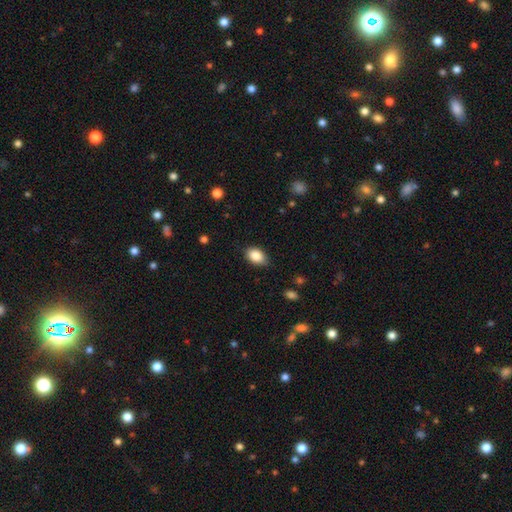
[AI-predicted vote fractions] Morphology: type=smooth (87%); roundness=in between (85%); merging=none (82%).